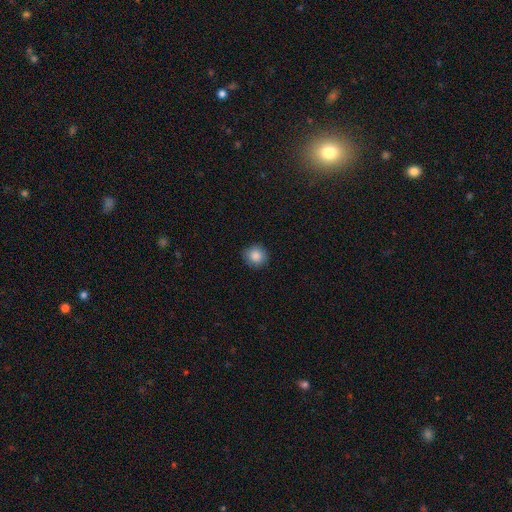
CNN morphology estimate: smooth-or-featured: smooth: 87% | star or artifact: 9% | featured or disk: 4%
  how-rounded: round: 91% | in between: 8% | cigar-shaped: 1%
  merging: none: 88% | minor disturbance: 9% | major disturbance: 2% | merger: 1%